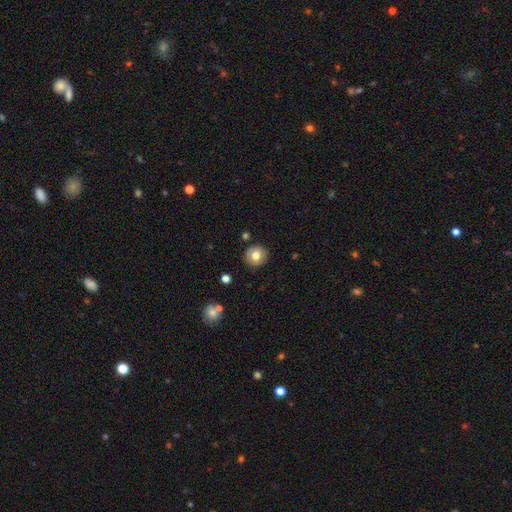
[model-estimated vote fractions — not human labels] This is likely a smooth galaxy (76%). How rounded: clearly round (93%). Merging: clearly none (90%).